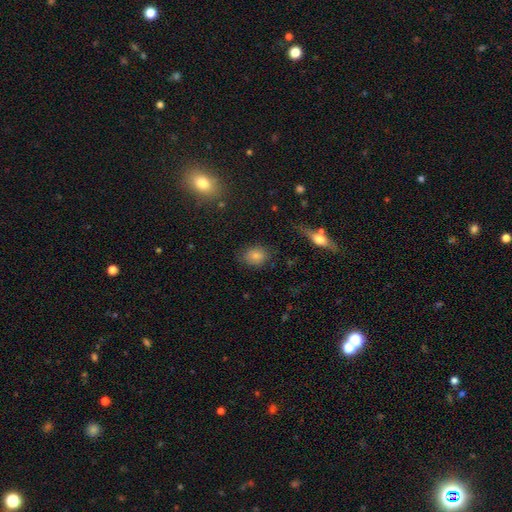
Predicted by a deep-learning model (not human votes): This is clearly a smooth galaxy (83%). How rounded: possibly round (51%). Merging: clearly none (81%).